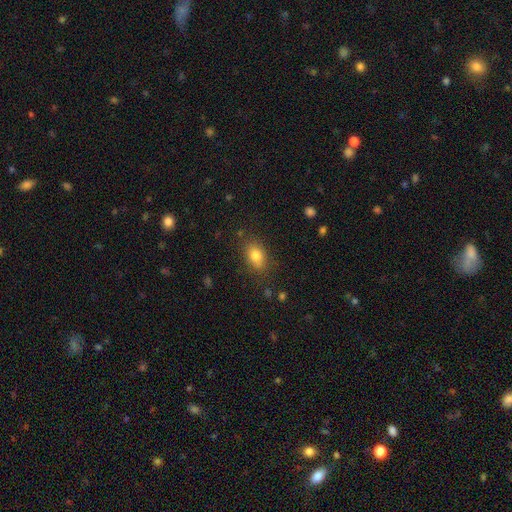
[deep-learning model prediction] smooth_or_featured: smooth (p=0.81) [alt: star or artifact p=0.09]
how_rounded: in between (p=0.81) [alt: round p=0.17]
merging: none (p=0.81) [alt: minor disturbance p=0.13]